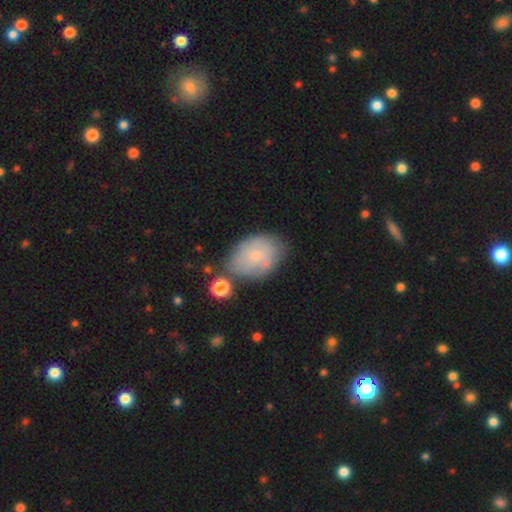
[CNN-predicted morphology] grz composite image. It shows a smooth galaxy with no disk features (58%) that is in between round and cigar-shaped (82%). Merging: none (60%).